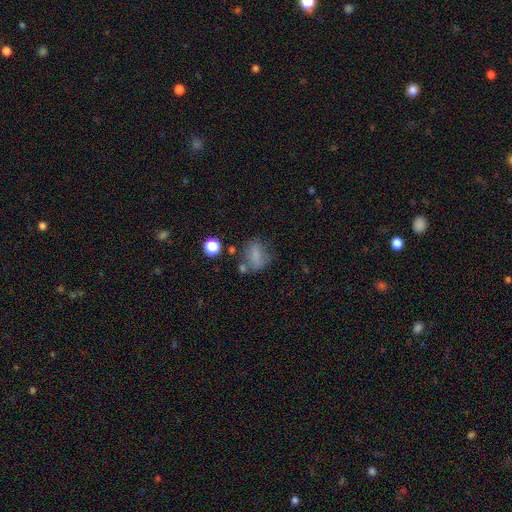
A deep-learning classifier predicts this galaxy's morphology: A smooth galaxy with no disk features (62%) that is in between round and cigar-shaped (63%).

Vote fractions:
- Smooth or featured? smooth: 62% / featured or disk: 22% / star or artifact: 16%
- How rounded? in between: 63% / round: 33% / cigar-shaped: 4%
- Merging? none: 43% / minor disturbance: 24% / major disturbance: 21% / merger: 12%